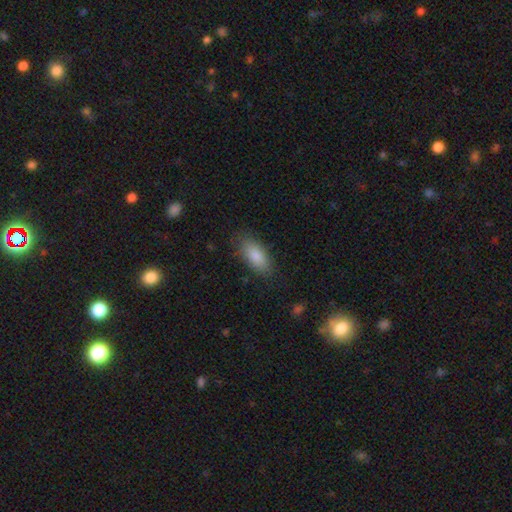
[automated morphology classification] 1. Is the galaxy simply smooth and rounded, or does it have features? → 87% smooth, 7% featured or disk, 6% star or artifact.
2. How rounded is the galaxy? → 87% in between, 11% cigar-shaped, 2% round.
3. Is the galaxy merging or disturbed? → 82% none, 13% minor disturbance, 4% major disturbance, 1% merger.